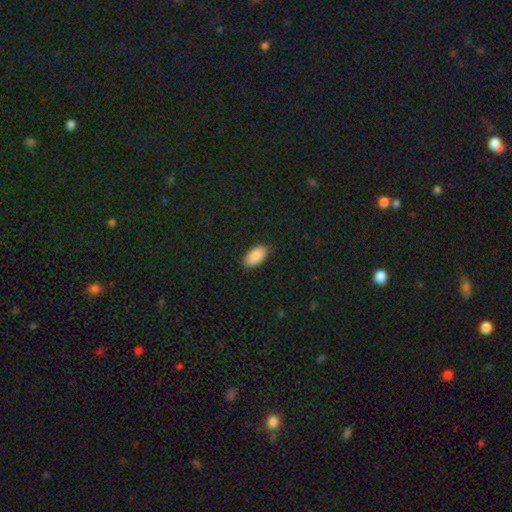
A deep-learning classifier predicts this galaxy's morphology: Smooth or featured?
  - smooth: 89% *
  - star or artifact: 7%
  - featured or disk: 4%
How rounded?
  - in between: 95% *
  - cigar-shaped: 3%
  - round: 2%
Merging?
  - none: 86% *
  - minor disturbance: 11%
  - major disturbance: 2%
  - merger: 1%